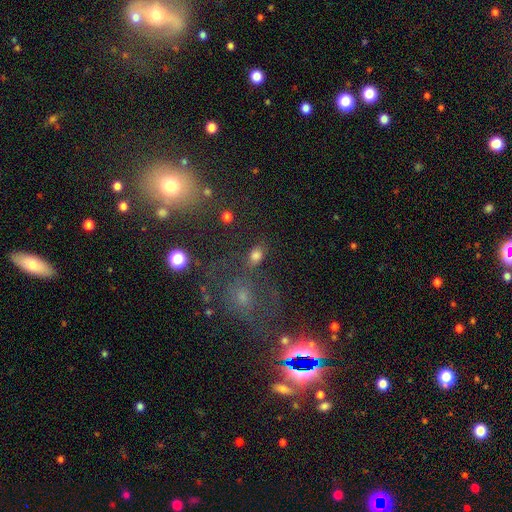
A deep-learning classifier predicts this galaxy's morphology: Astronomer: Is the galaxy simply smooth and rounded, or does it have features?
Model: smooth — 76%.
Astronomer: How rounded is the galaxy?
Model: in between — 69%.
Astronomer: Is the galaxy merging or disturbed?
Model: none — 70%.